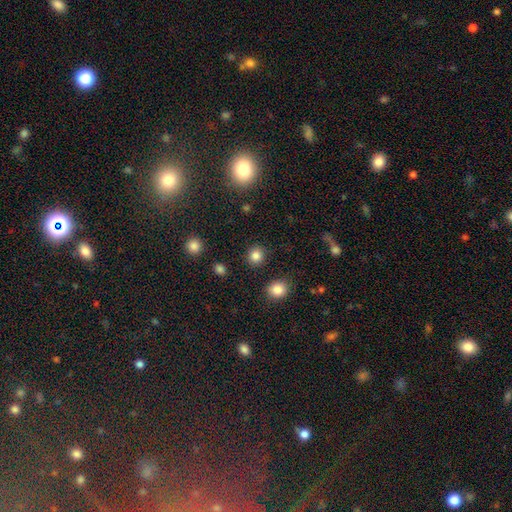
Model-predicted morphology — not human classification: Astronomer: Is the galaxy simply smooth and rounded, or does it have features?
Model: smooth — 84%.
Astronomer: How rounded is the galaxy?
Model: round — 87%.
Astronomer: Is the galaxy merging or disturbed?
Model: none — 90%.